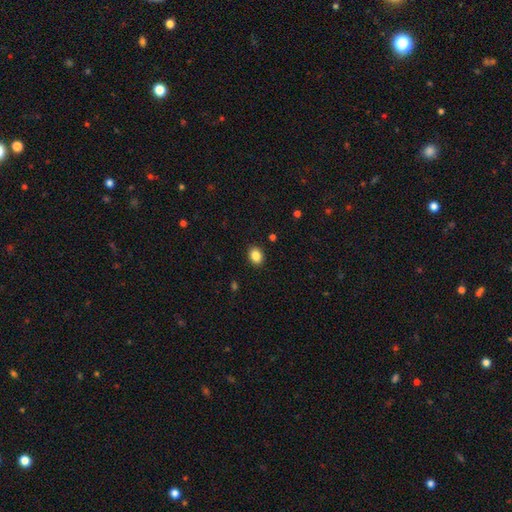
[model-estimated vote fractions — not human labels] A smooth galaxy with no disk features (86%) that is in between round and cigar-shaped (54%). Merging: none (90%).